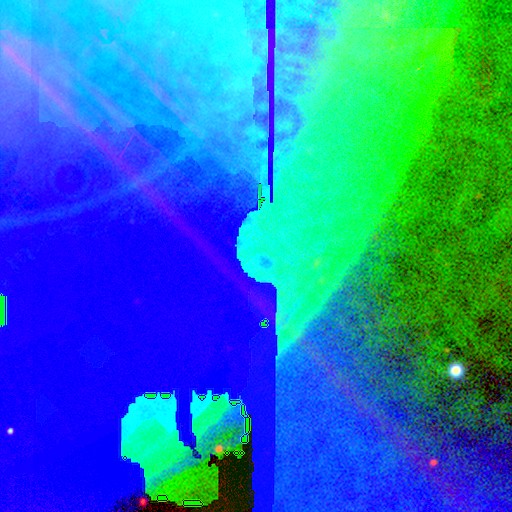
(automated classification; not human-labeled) Smooth or featured: star or artifact — 85% (featured or disk — 9%)